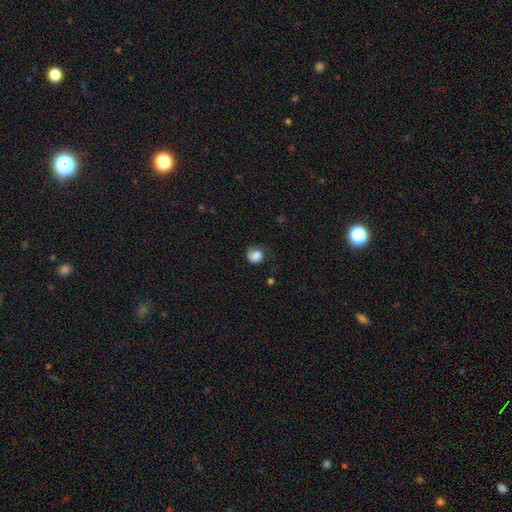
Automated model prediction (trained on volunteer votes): The model was most divided on "merging": none: 46%, minor disturbance: 28%, major disturbance: 24%, merger: 2%. More confident: smooth or featured — smooth (79%); how rounded — round (73%).